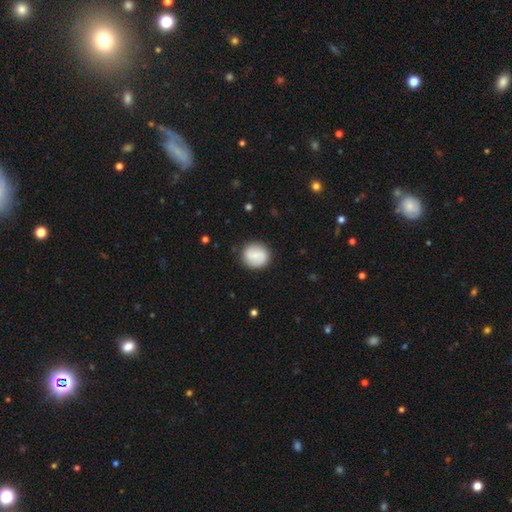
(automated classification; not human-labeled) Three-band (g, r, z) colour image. It shows a smooth galaxy with no disk features (70%) that is round (87%). Merging: none (87%).